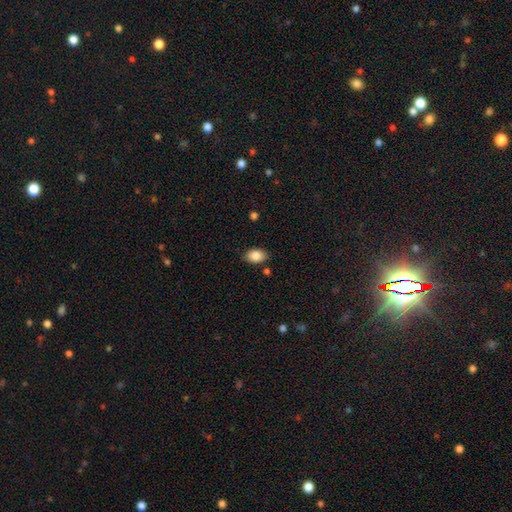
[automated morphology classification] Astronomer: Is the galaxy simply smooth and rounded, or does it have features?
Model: smooth — 85%.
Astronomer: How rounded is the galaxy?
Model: in between — 87%.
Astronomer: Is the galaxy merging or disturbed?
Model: none — 83%.